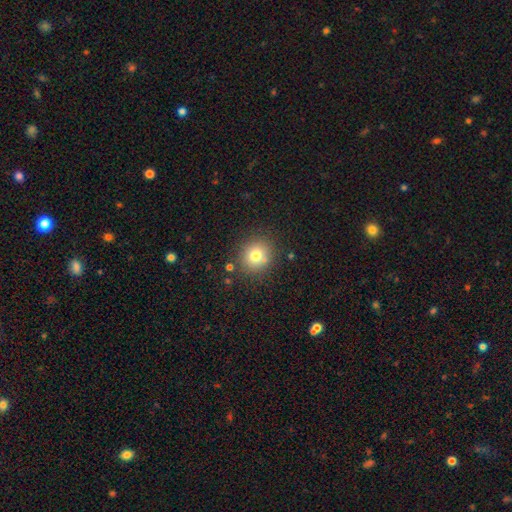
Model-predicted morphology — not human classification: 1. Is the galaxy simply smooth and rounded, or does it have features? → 75% smooth, 15% star or artifact, 11% featured or disk.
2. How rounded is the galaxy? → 87% round, 12% in between, 1% cigar-shaped.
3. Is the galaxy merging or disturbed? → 82% none, 9% minor disturbance, 6% merger, 3% major disturbance.